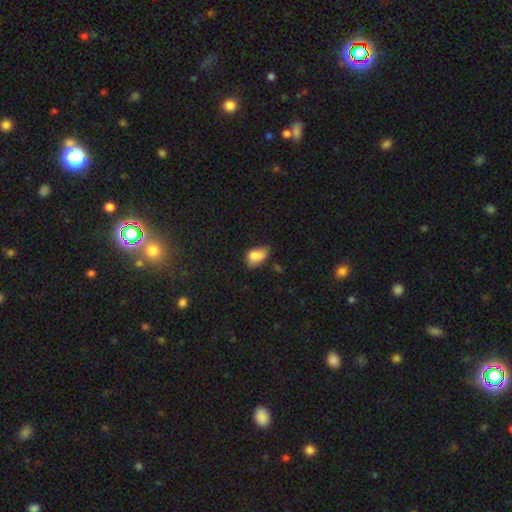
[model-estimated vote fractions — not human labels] Smooth or featured?
  - smooth: 81% *
  - featured or disk: 10%
  - star or artifact: 9%
How rounded?
  - in between: 88% *
  - round: 10%
  - cigar-shaped: 2%
Merging?
  - minor disturbance: 47% *
  - none: 35%
  - major disturbance: 13%
  - merger: 5%